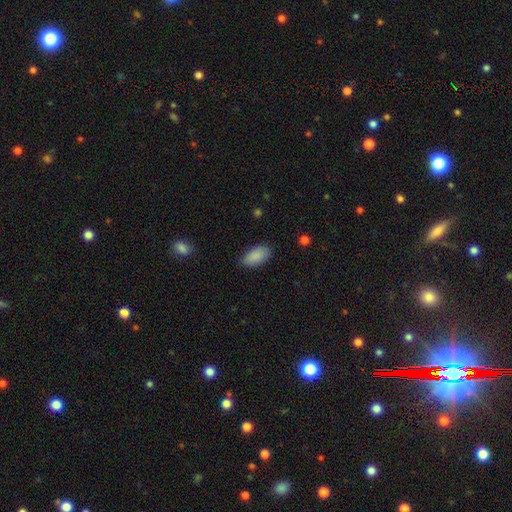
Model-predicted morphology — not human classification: Smooth or featured: smooth — 88% (star or artifact — 6%)
How rounded: in between — 94% (cigar-shaped — 4%)
Merging: none — 82% (minor disturbance — 14%)